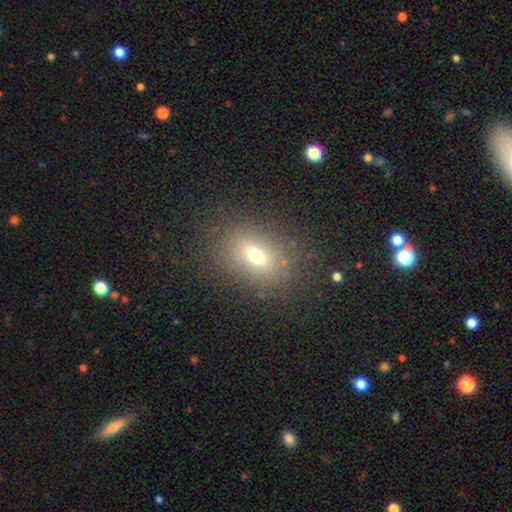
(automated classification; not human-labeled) A smooth galaxy with no disk features (66%) that is in between round and cigar-shaped (64%).

Vote fractions:
- Smooth or featured? smooth: 66% / star or artifact: 17% / featured or disk: 17%
- How rounded? in between: 64% / round: 33% / cigar-shaped: 2%
- Merging? none: 80% / minor disturbance: 11% / major disturbance: 7% / merger: 2%